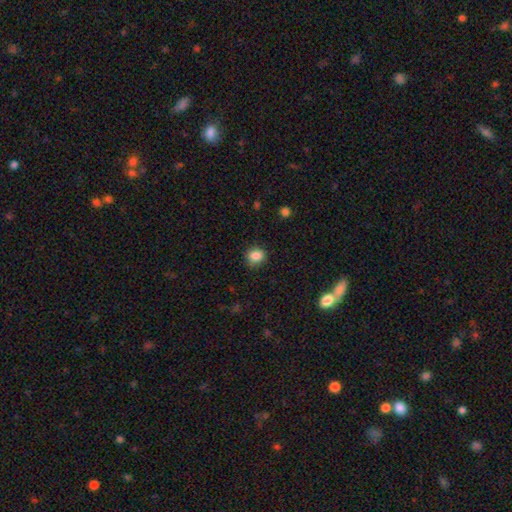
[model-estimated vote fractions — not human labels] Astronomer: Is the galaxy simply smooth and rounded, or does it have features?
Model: smooth — 85%.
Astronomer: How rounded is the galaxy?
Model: round — 62%.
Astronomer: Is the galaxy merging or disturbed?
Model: none — 83%.